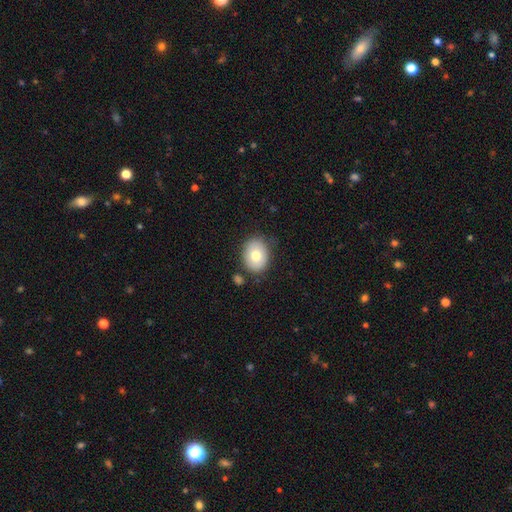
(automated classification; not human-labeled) Q: Smooth or featured?
A: smooth (75%); runner-up: featured or disk (17%)
Q: How rounded?
A: in between (55%); runner-up: round (44%)
Q: Merging?
A: none (78%); runner-up: minor disturbance (14%)